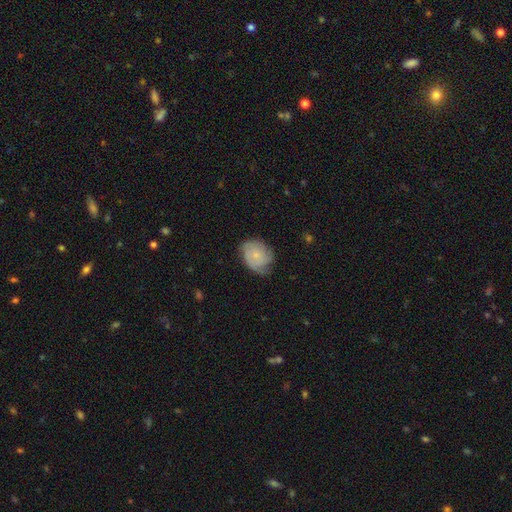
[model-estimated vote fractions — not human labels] Overall: smooth (53%; featured or disk 40%). How rounded: round (51%; in between 48%). Merging: none (54%; minor disturbance 35%).